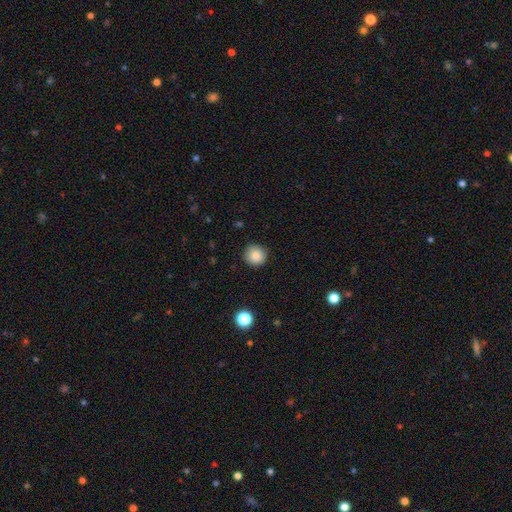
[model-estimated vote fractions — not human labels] This is clearly a smooth galaxy (86%). How rounded: clearly round (94%). Merging: clearly none (90%).